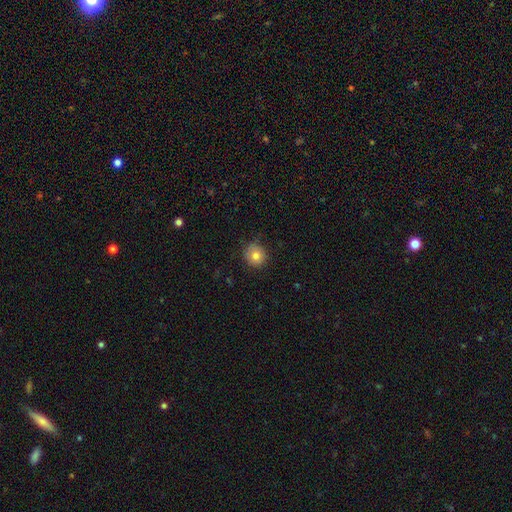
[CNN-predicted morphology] Q: Smooth or featured?
A: smooth (79%); runner-up: featured or disk (11%)
Q: How rounded?
A: round (90%); runner-up: in between (9%)
Q: Merging?
A: none (81%); runner-up: minor disturbance (15%)